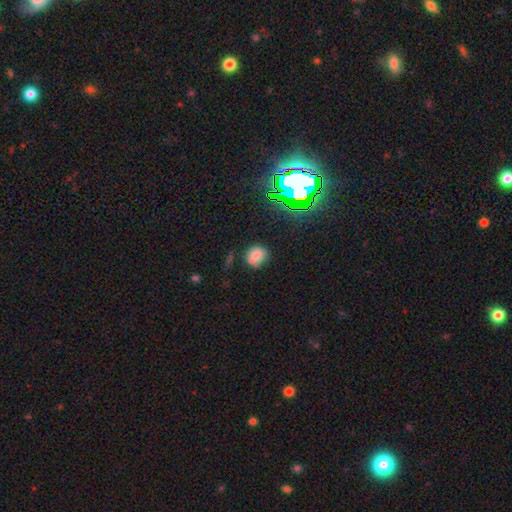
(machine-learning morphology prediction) Smooth or featured: smooth — 72% (star or artifact — 16%)
How rounded: round — 68% (in between — 31%)
Merging: none — 60% (minor disturbance — 20%)